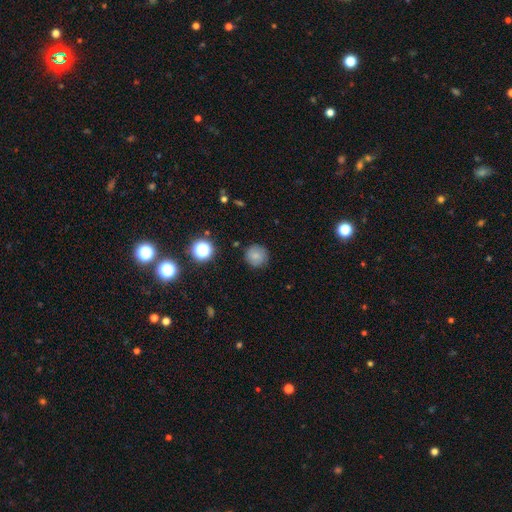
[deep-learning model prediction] A smooth galaxy with no disk features (73%) that is round (93%).

Vote fractions:
- Smooth or featured? smooth: 73% / featured or disk: 15% / star or artifact: 13%
- How rounded? round: 93% / in between: 6% / cigar-shaped: 1%
- Merging? none: 86% / minor disturbance: 10% / major disturbance: 3% / merger: 1%